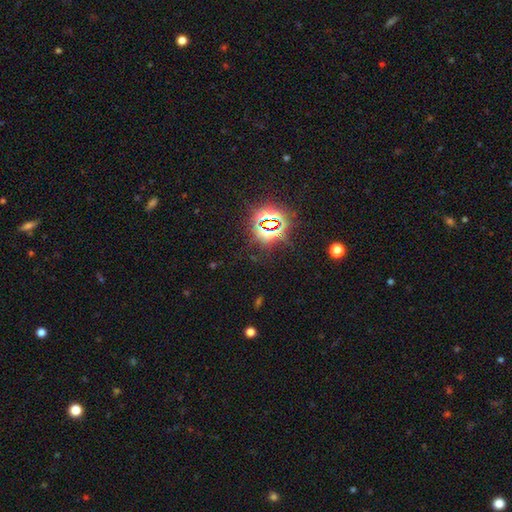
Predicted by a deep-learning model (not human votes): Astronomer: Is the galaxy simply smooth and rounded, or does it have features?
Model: star or artifact — 82%.